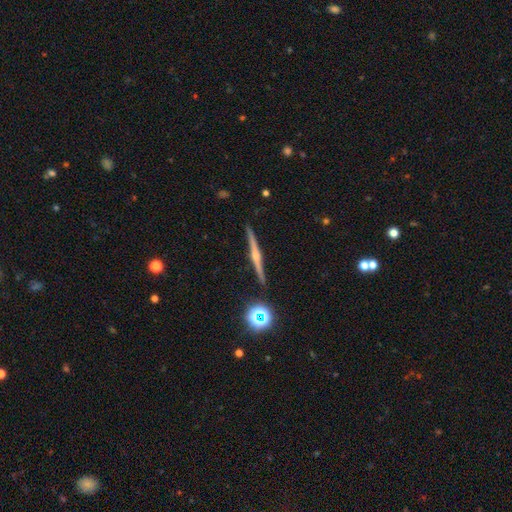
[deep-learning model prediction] Morphology: type=featured or disk (81%); edge-on=yes (98%); edge-on bulge=rounded (89%); merging=none (91%).